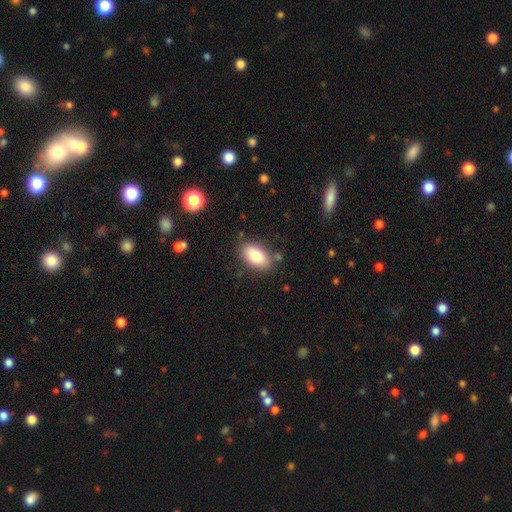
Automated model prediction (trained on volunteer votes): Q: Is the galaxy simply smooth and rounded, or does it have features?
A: smooth — 81%.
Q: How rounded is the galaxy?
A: in between — 91%.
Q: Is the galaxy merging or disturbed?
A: none — 81%.